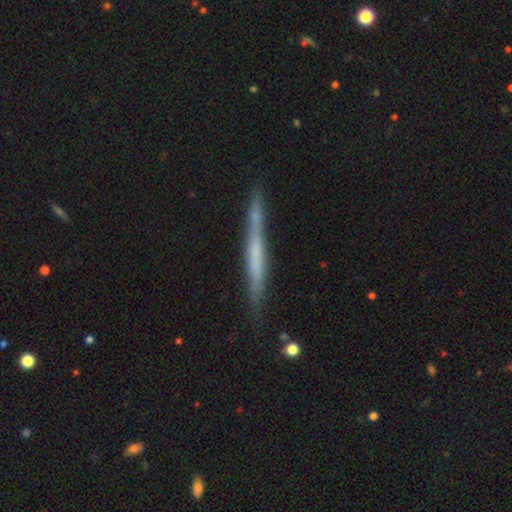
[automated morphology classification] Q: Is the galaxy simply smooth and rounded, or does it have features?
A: featured or disk — 55%.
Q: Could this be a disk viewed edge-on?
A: yes — 96%.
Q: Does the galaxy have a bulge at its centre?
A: none — 80%.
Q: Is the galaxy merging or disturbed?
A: none — 84%.